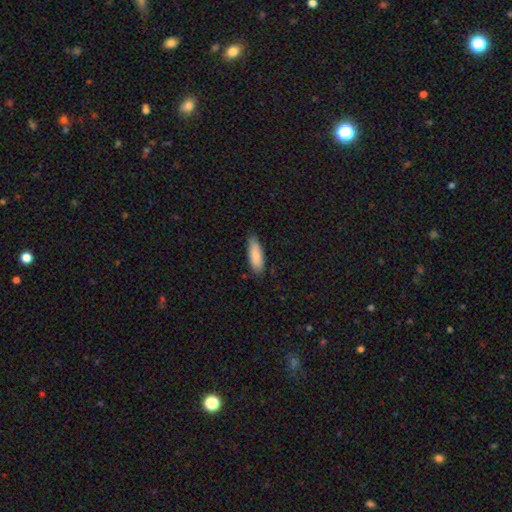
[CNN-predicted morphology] smooth-or-featured: smooth: 86% | featured or disk: 8% | star or artifact: 6%
  how-rounded: in between: 61% | cigar-shaped: 37% | round: 2%
  merging: none: 79% | minor disturbance: 17% | major disturbance: 3% | merger: 1%